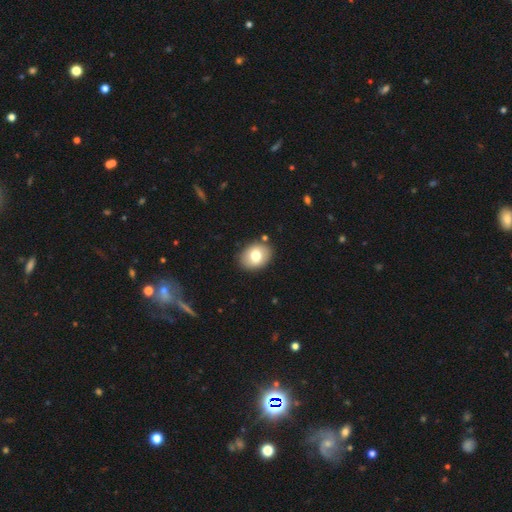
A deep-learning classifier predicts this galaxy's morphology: type=smooth (74%); roundness=in between (64%); merging=none (86%).